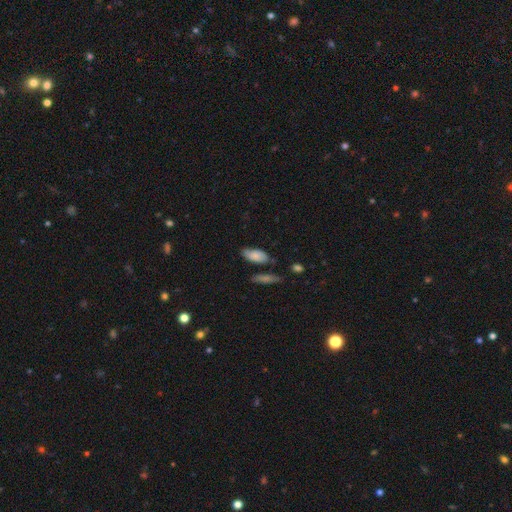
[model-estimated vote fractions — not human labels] A smooth galaxy with no disk features (75%) that is in between round and cigar-shaped (86%). Merging: none (67%).